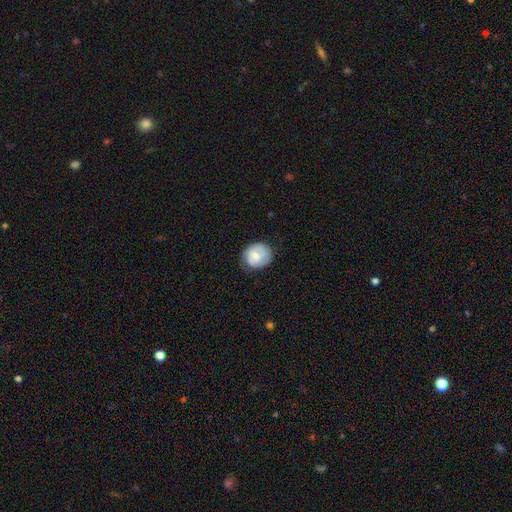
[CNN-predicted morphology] This appears to be a smooth galaxy with no disk features (54%) that is round (75%). Merging: none (65%).